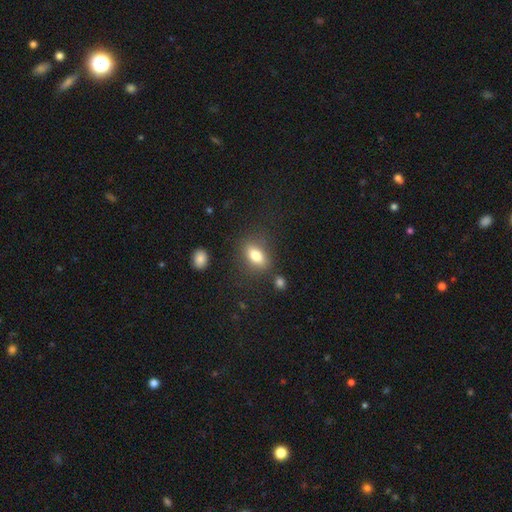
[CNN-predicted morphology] type=smooth (80%); roundness=in between (82%); merging=none (77%).